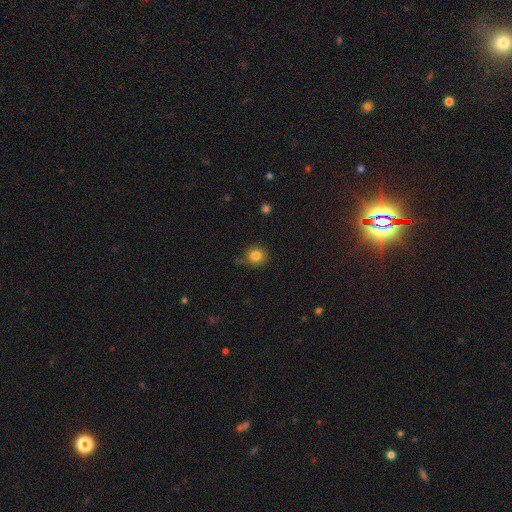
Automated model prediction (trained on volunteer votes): A smooth galaxy with no disk features (83%) that is round (85%). Merging: none (72%).